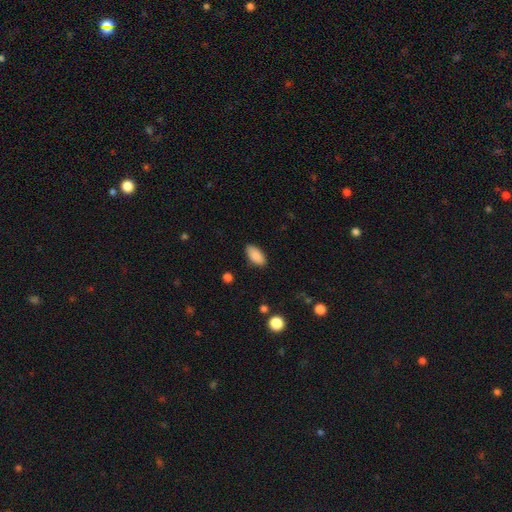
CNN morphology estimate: Q: Smooth or featured?
A: smooth (89%); runner-up: star or artifact (7%)
Q: How rounded?
A: in between (92%); runner-up: cigar-shaped (5%)
Q: Merging?
A: none (86%); runner-up: minor disturbance (11%)